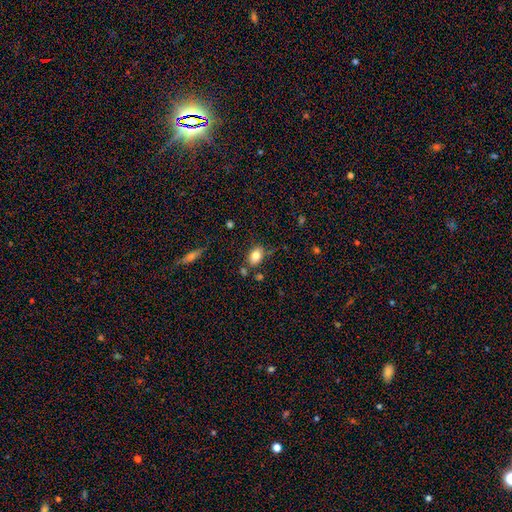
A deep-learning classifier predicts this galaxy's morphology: Q: Smooth or featured?
A: smooth (80%); runner-up: featured or disk (11%)
Q: How rounded?
A: in between (80%); runner-up: round (18%)
Q: Merging?
A: none (69%); runner-up: minor disturbance (18%)